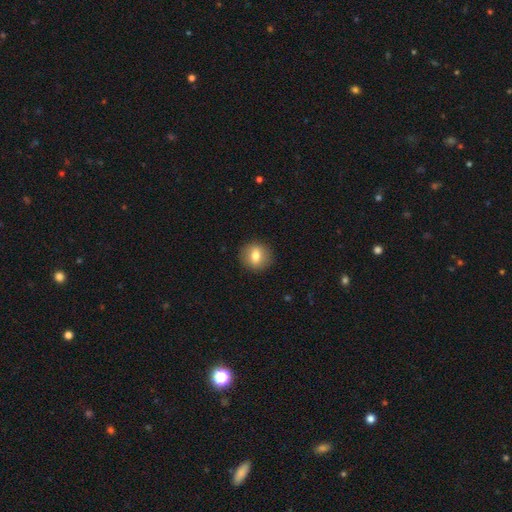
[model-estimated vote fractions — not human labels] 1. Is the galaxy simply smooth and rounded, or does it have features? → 72% smooth, 19% featured or disk, 9% star or artifact.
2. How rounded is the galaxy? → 80% round, 19% in between, 1% cigar-shaped.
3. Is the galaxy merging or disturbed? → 90% none, 7% minor disturbance, 2% major disturbance, 1% merger.